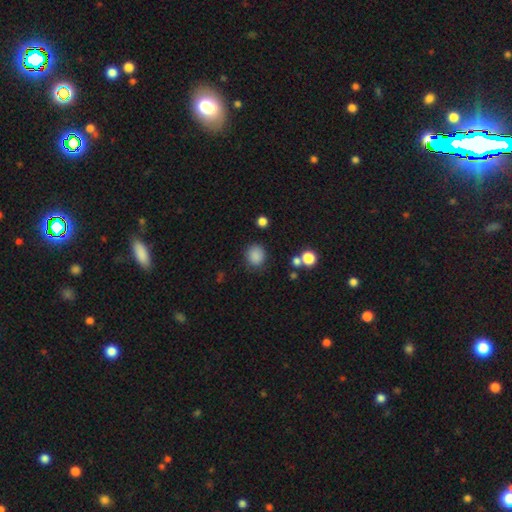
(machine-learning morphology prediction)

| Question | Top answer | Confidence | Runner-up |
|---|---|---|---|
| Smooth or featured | smooth | 85% | star or artifact (11%) |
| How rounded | round | 80% | in between (19%) |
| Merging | none | 81% | minor disturbance (12%) |